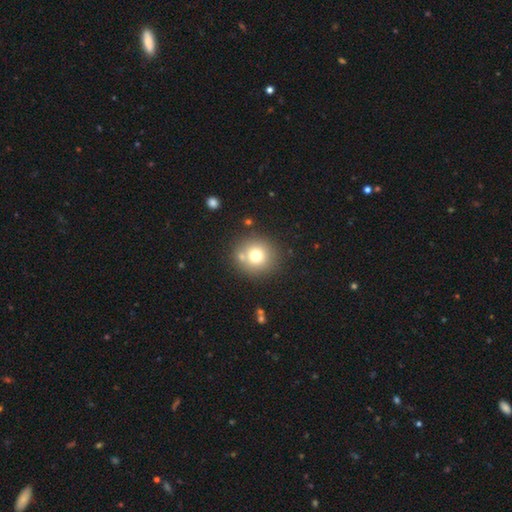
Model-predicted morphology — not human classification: Smooth or featured?
  - smooth: 72% *
  - featured or disk: 14%
  - star or artifact: 14%
How rounded?
  - round: 93% *
  - in between: 7%
  - cigar-shaped: 1%
Merging?
  - none: 78% *
  - merger: 10%
  - minor disturbance: 9%
  - major disturbance: 3%